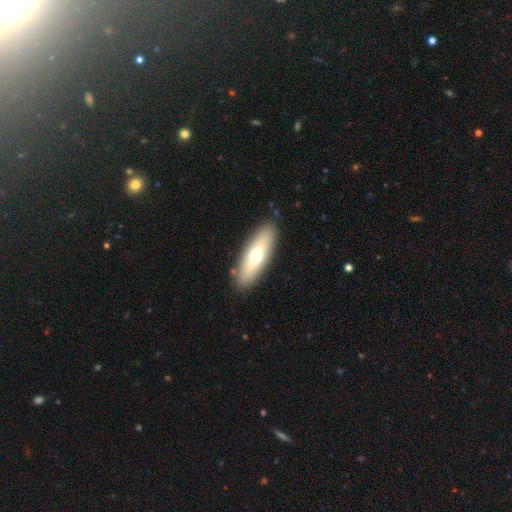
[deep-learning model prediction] Smooth or featured? smooth (59%)
How rounded? in between (56%)
Merging? none (88%)